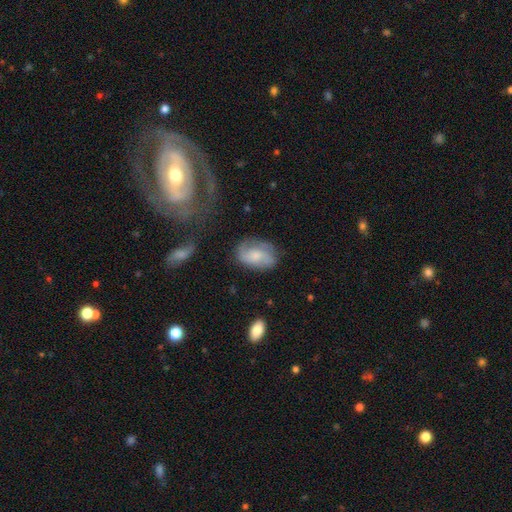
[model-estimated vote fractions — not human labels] This is possibly a featured or disk galaxy (49%). Merging: likely none (66%).